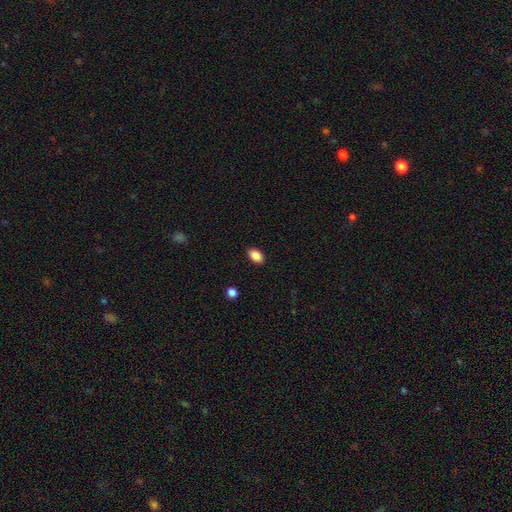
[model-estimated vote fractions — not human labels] Q: Smooth or featured?
A: smooth (88%); runner-up: star or artifact (8%)
Q: How rounded?
A: in between (91%); runner-up: round (7%)
Q: Merging?
A: none (88%); runner-up: minor disturbance (9%)